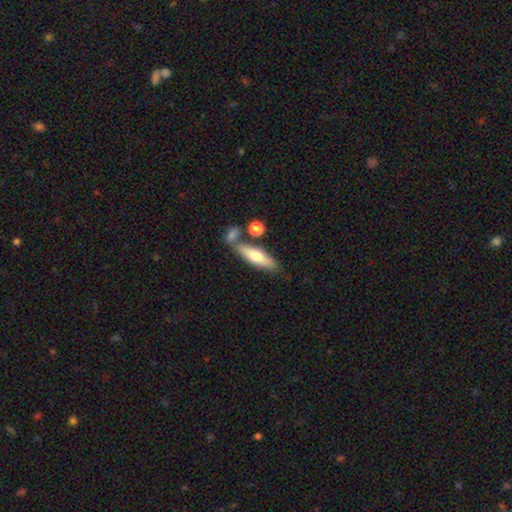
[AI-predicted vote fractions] This is possibly a smooth galaxy (58%). How rounded: possibly cigar-shaped (59%). Merging: likely none (66%).